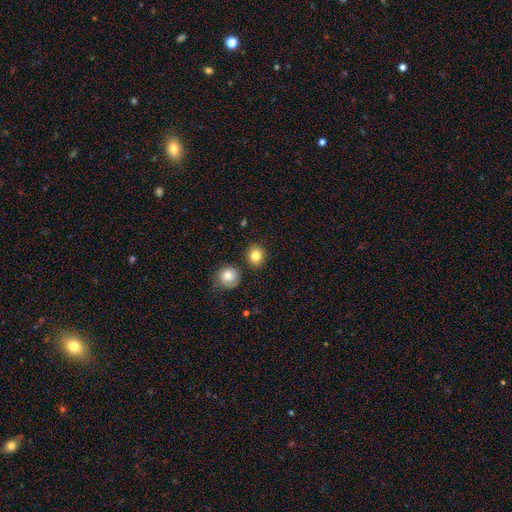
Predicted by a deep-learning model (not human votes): Morphology: type=smooth (83%); roundness=round (84%); merging=none (85%).